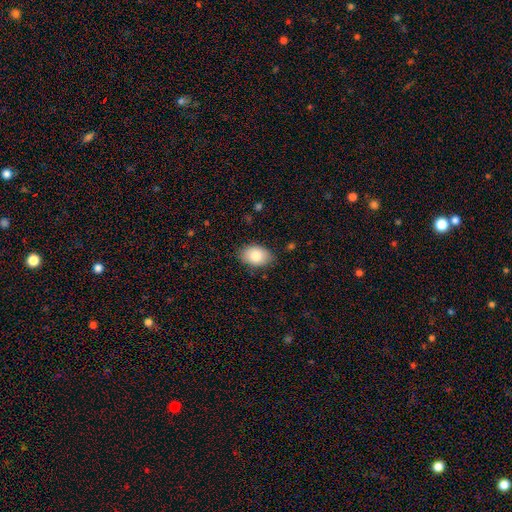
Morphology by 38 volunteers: Smooth or featured? 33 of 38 (87%) said smooth. How rounded? 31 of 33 (94%) said in between. Merging? 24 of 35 (69%) said none.